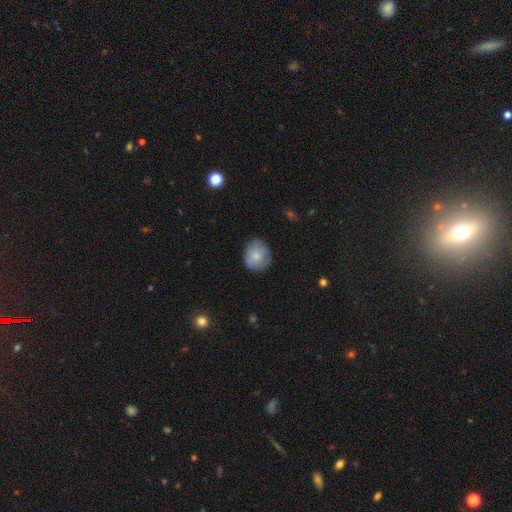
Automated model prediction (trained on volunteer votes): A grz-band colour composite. It shows a smooth galaxy with no disk features (78%) that is round (75%). Merging: none (75%).